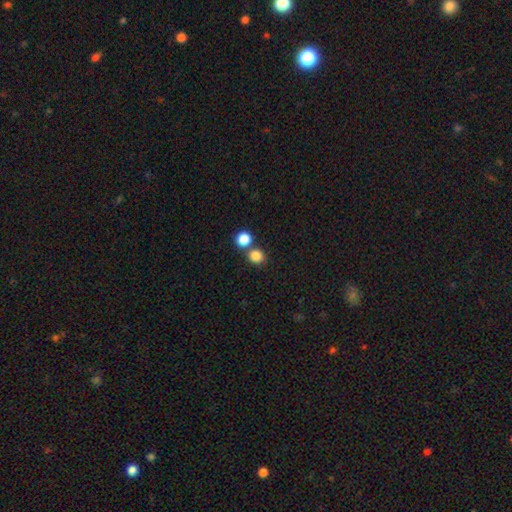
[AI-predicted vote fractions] Smooth or featured? Predicted: smooth (p=0.84). How rounded? Predicted: round (p=0.83). Merging? Predicted: none (p=0.65).